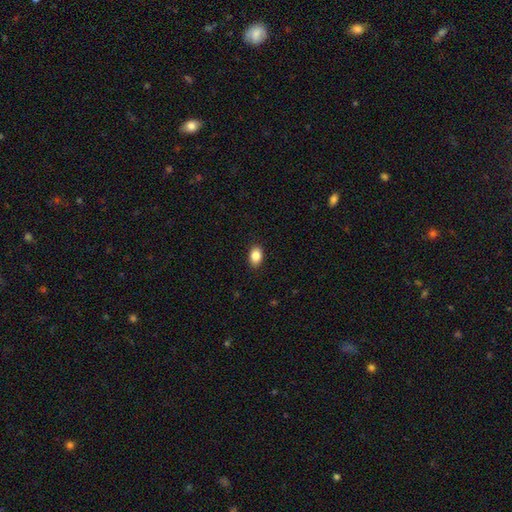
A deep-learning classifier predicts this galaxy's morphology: This appears to be a smooth galaxy with no disk features (88%) that is in between round and cigar-shaped (85%). Merging: none (90%).